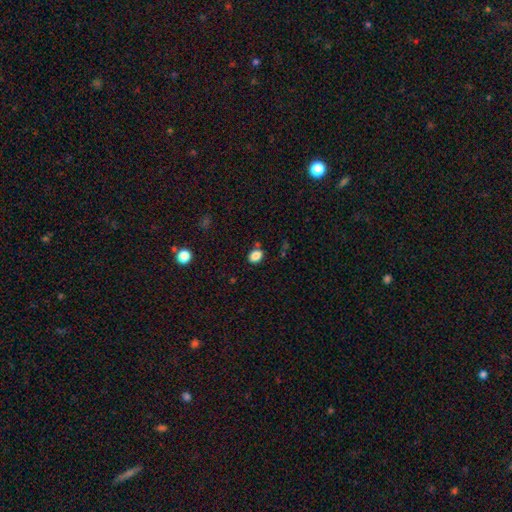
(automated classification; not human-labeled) smooth-or-featured: smooth: 86% | star or artifact: 10% | featured or disk: 4%
  how-rounded: in between: 67% | round: 32% | cigar-shaped: 1%
  merging: none: 74% | minor disturbance: 15% | merger: 7% | major disturbance: 4%